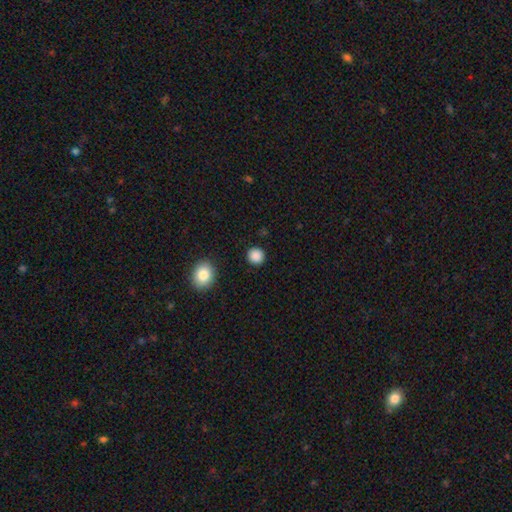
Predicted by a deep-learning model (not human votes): The model was most divided on "smooth or featured": smooth: 87%, star or artifact: 10%, featured or disk: 3%. More confident: how rounded — round (92%); merging — none (91%).